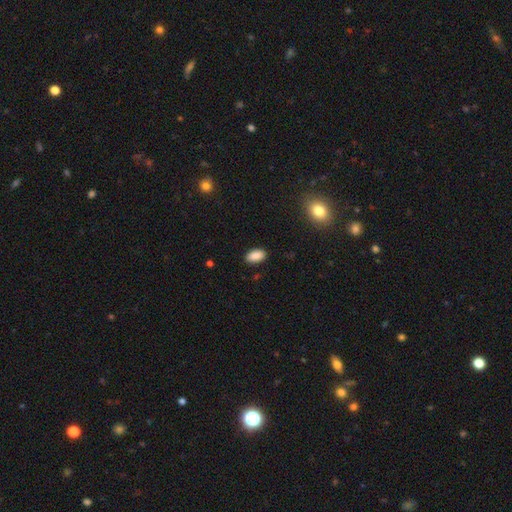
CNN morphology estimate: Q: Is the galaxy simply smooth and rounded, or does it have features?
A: smooth — 88%.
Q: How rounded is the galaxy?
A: in between — 93%.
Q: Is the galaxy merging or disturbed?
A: none — 88%.